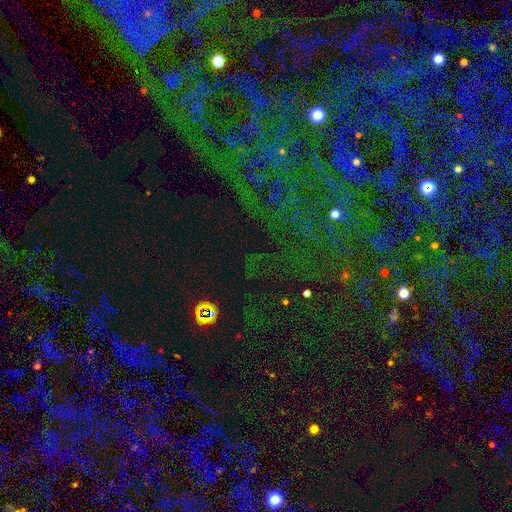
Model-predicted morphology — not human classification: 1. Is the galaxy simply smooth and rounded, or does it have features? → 82% star or artifact, 10% smooth, 8% featured or disk.